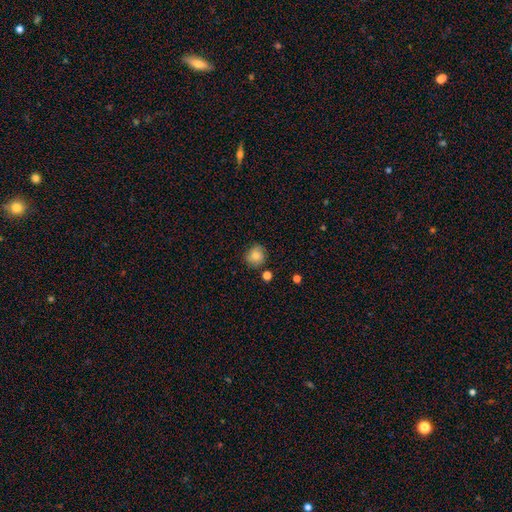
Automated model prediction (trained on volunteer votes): The model was most divided on "merging": none: 79%, minor disturbance: 14%, merger: 4%, major disturbance: 3%. More confident: how rounded — round (85%); smooth or featured — smooth (79%).